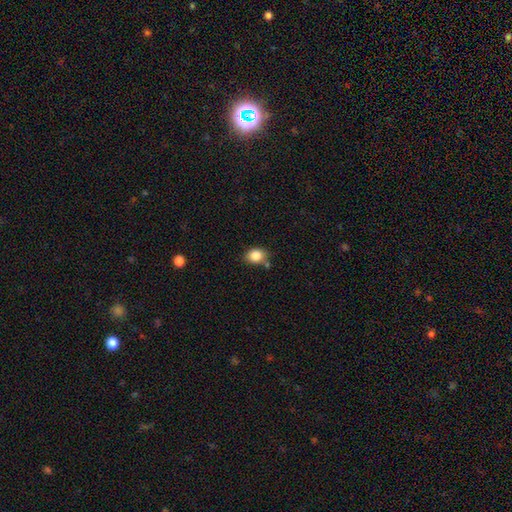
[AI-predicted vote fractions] The model was most divided on "how rounded": in between: 54%, round: 45%, cigar-shaped: 1%. More confident: smooth or featured — smooth (85%); merging — none (71%).